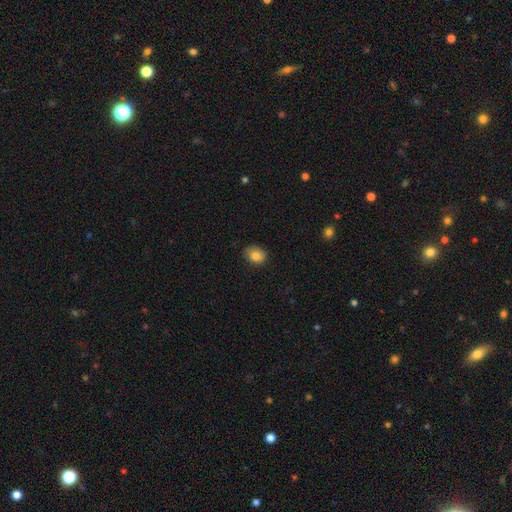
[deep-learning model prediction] The model was most divided on "how rounded": round: 50%, in between: 49%, cigar-shaped: 1%. More confident: smooth or featured — smooth (83%); merging — none (80%).